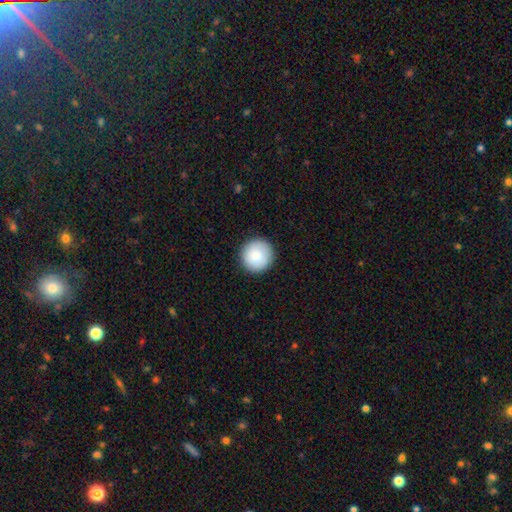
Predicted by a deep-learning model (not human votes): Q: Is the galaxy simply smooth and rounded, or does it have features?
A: smooth — 84%.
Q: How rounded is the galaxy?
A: round — 96%.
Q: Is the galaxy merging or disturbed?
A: none — 92%.